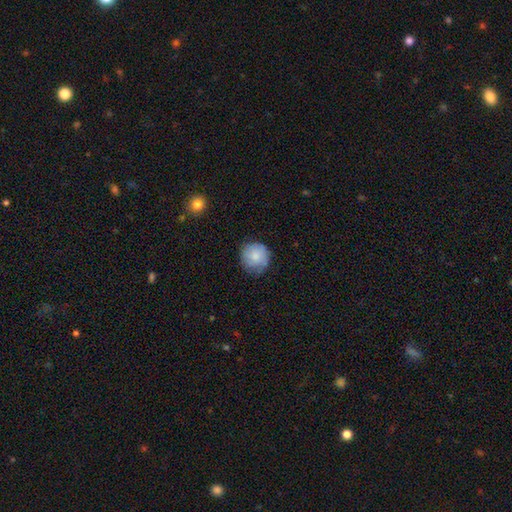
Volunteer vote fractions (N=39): Volunteers were most divided on "merging": none: 76%, minor disturbance: 22%, merger: 3%, major disturbance: 0%. More confident: how rounded — round (91%); smooth or featured — smooth (82%).